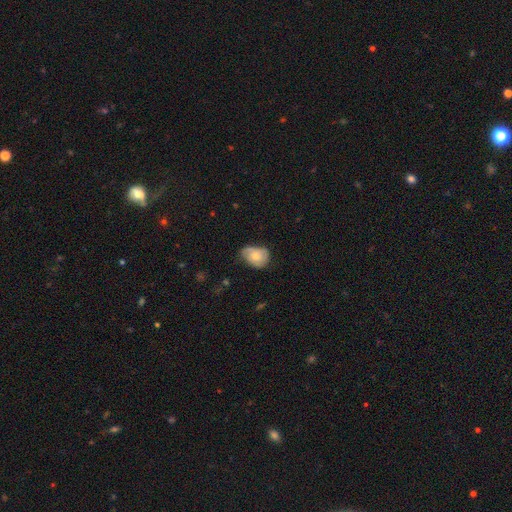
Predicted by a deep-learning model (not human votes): A smooth galaxy with no disk features (60%) that is in between round and cigar-shaped (65%).

Vote fractions:
- Smooth or featured? smooth: 60% / featured or disk: 32% / star or artifact: 7%
- How rounded? in between: 65% / round: 34% / cigar-shaped: 1%
- Merging? none: 43% / minor disturbance: 42% / major disturbance: 14% / merger: 2%